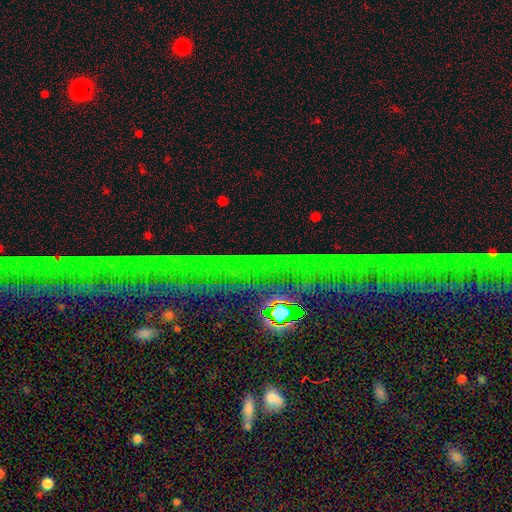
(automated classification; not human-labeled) This is clearly a star or artifact rather than a galaxy (83%).